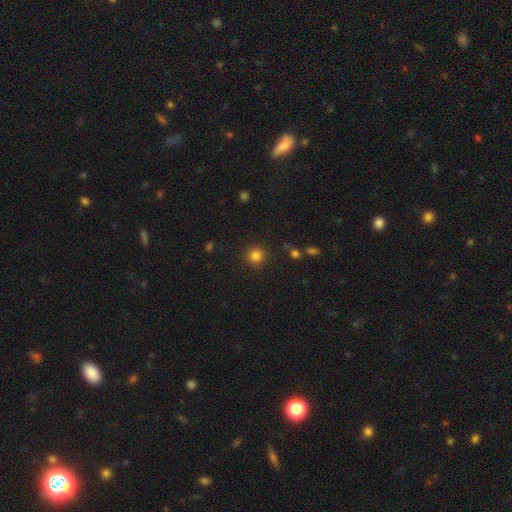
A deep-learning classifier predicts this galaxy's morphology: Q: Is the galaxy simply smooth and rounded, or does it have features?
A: smooth — 83%.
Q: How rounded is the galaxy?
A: round — 93%.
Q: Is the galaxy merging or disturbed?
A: none — 88%.